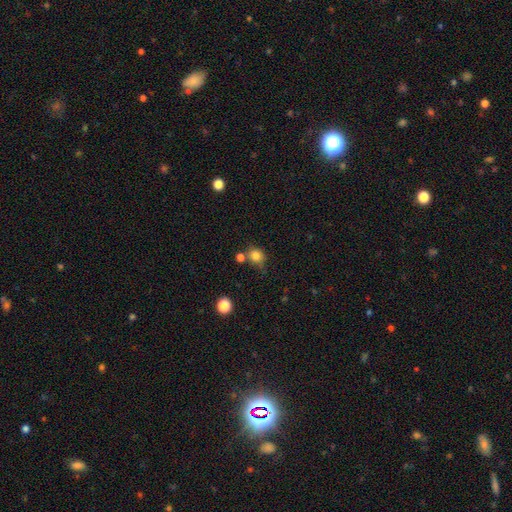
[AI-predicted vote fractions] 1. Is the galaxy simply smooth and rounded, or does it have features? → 81% smooth, 12% star or artifact, 7% featured or disk.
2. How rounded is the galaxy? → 74% round, 25% in between, 1% cigar-shaped.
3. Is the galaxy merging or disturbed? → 62% none, 18% minor disturbance, 15% merger, 5% major disturbance.